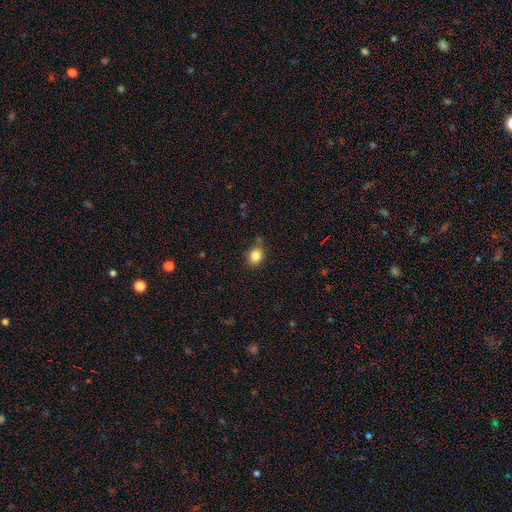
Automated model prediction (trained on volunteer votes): Smooth or featured: smooth — 83% (star or artifact — 10%)
How rounded: round — 49% (tied with in between — 49%)
Merging: none — 74% (minor disturbance — 18%)